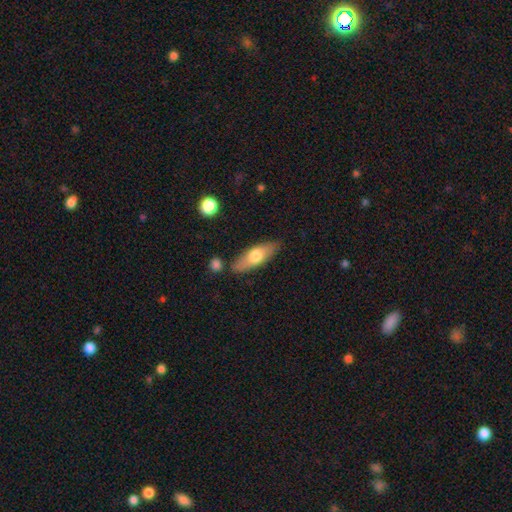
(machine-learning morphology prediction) smooth-or-featured: smooth: 64% | featured or disk: 30% | star or artifact: 6%
  how-rounded: in between: 58% | cigar-shaped: 39% | round: 3%
  merging: none: 80% | minor disturbance: 13% | merger: 4% | major disturbance: 3%